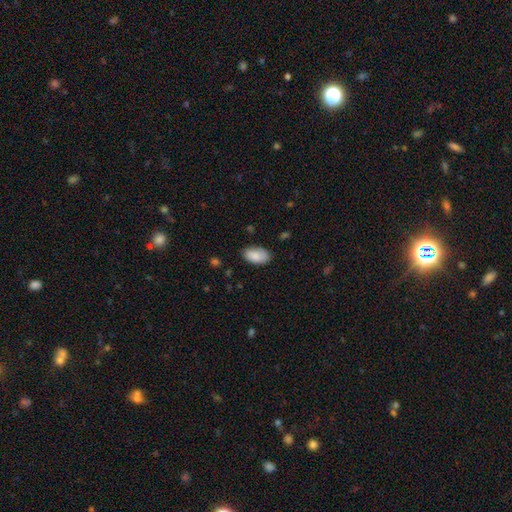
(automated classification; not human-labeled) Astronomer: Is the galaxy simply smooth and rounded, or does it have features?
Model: smooth — 86%.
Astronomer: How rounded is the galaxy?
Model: in between — 95%.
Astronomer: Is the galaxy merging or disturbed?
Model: none — 78%.